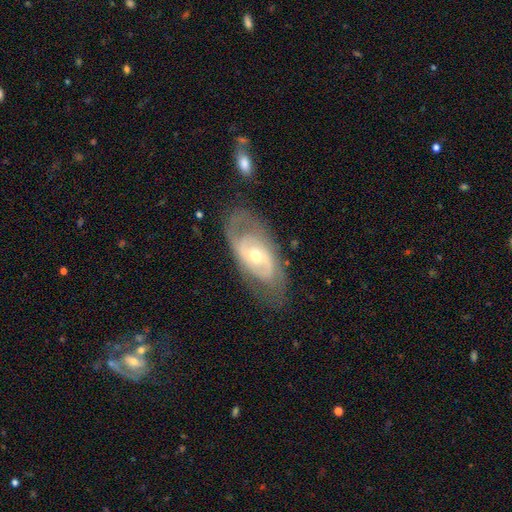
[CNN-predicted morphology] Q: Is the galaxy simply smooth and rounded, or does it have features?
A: featured or disk — 79%.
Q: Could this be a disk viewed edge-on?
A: no — 92%.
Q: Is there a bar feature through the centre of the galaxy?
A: no — 57%.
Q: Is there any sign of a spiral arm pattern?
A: yes — 79%.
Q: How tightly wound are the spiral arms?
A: tight — 46%.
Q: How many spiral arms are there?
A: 2 — 61%.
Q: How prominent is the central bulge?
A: moderate — 53%.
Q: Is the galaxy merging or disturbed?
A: none — 70%.